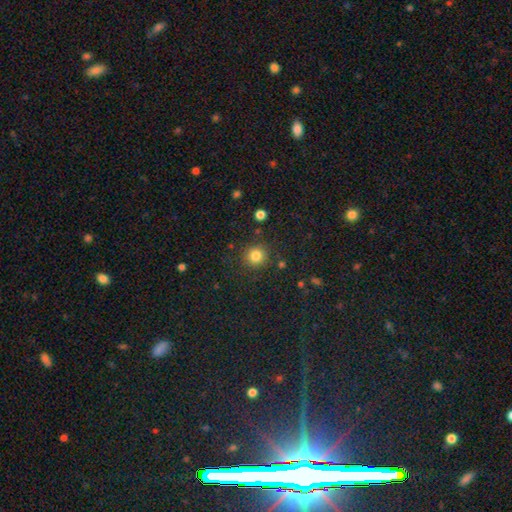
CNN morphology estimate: A smooth galaxy with no disk features (83%) that is round (92%). Merging: none (86%).